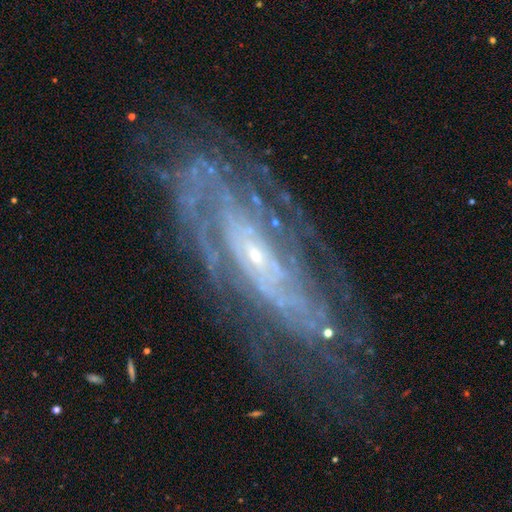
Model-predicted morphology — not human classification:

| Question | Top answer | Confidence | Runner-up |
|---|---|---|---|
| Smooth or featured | featured or disk | 84% | star or artifact (8%) |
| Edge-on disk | no | 86% | yes (14%) |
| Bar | no | 52% | weak (32%) |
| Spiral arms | yes | 91% | no (9%) |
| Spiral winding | tight | 64% | medium (28%) |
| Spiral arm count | can't tell | 44% | 2 (25%) |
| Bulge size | small | 79% | moderate (15%) |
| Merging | none | 73% | minor disturbance (17%) |